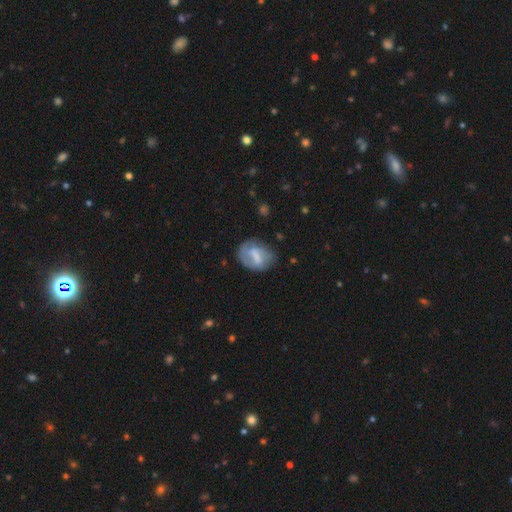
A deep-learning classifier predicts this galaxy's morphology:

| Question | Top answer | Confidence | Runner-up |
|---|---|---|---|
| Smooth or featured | smooth | 50% | featured or disk (43%) |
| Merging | none | 56% | minor disturbance (27%) |